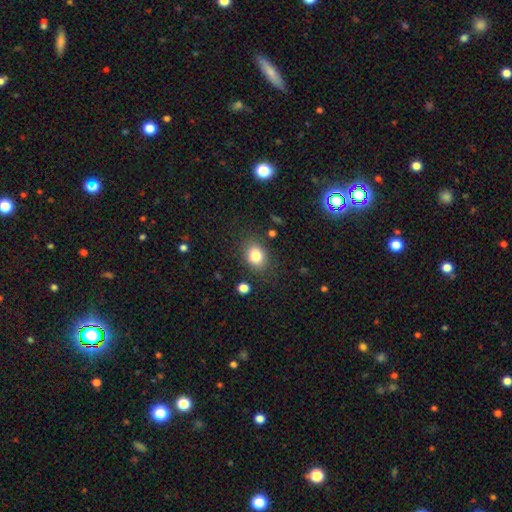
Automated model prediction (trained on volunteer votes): Overall: smooth (81%). How rounded: in between (54%; round 45%). Merging: none (82%).